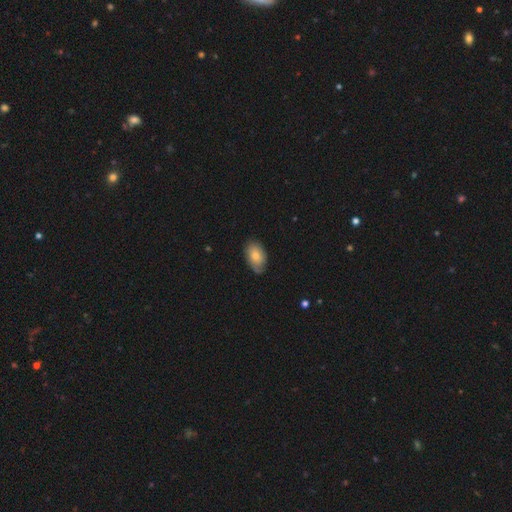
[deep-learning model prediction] Smooth or featured? smooth (70%)
How rounded? in between (90%)
Merging? none (68%)